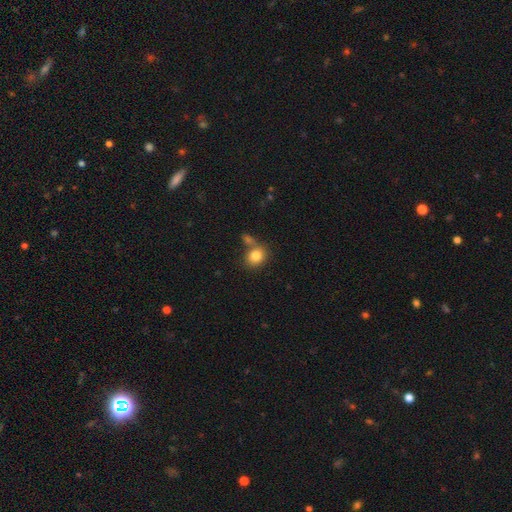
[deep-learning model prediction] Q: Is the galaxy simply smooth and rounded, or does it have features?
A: smooth — 82%.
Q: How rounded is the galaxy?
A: round — 68%.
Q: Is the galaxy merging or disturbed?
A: none — 58%.